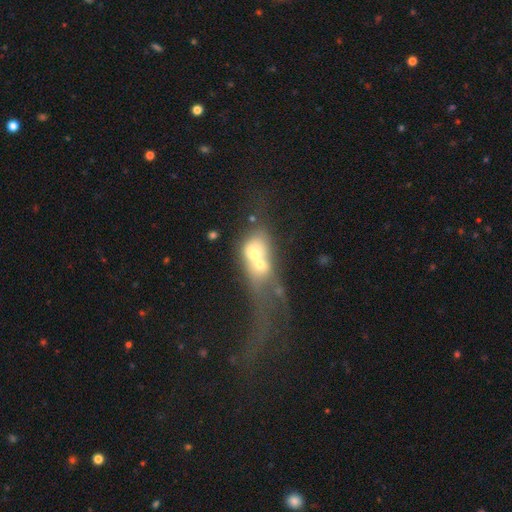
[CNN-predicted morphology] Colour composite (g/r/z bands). It shows a smooth galaxy with no disk features (51%) that is in between round and cigar-shaped (56%). Merging: merger (72%).